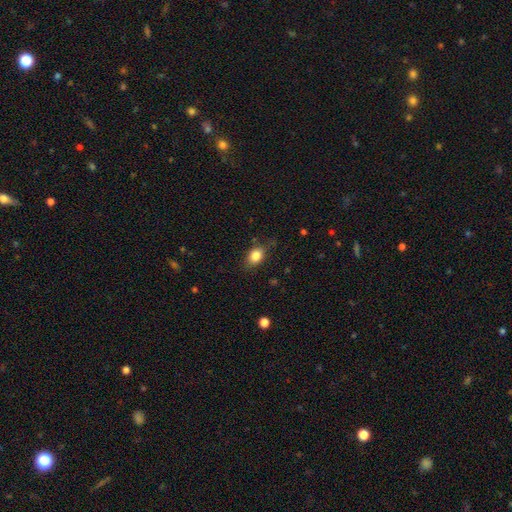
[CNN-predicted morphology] A smooth galaxy with no disk features (84%) that is in between round and cigar-shaped (71%).

Vote fractions:
- Smooth or featured? smooth: 84% / star or artifact: 9% / featured or disk: 8%
- How rounded? in between: 71% / round: 27% / cigar-shaped: 2%
- Merging? none: 76% / minor disturbance: 18% / major disturbance: 5% / merger: 1%